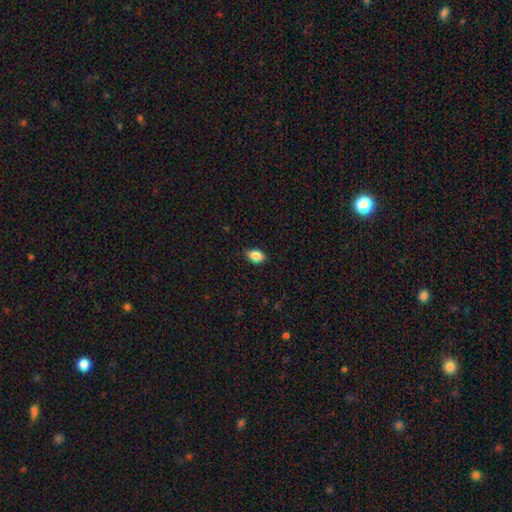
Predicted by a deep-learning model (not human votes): smooth 86%, star or artifact 8%, featured or disk 6%. Down the decision tree: how rounded — in between (87%); merging — none (86%).